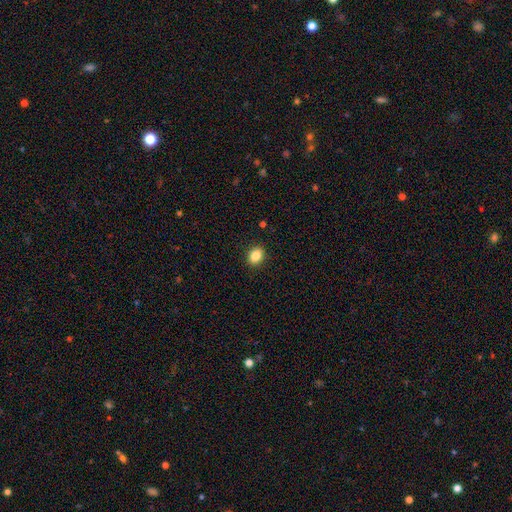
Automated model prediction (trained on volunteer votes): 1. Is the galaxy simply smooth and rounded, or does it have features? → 86% smooth, 9% star or artifact, 4% featured or disk.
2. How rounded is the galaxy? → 63% in between, 36% round, 1% cigar-shaped.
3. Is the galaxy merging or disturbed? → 90% none, 7% minor disturbance, 2% major disturbance, 1% merger.